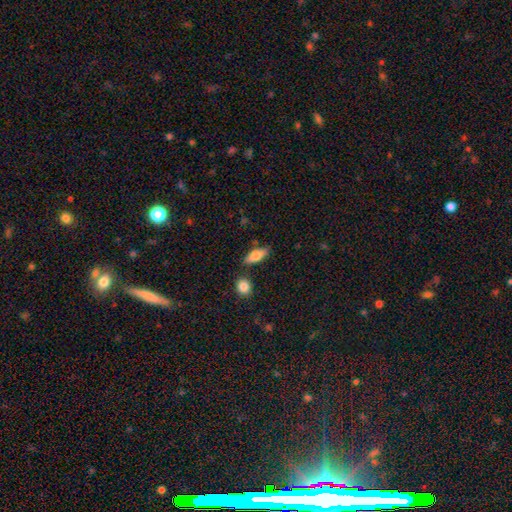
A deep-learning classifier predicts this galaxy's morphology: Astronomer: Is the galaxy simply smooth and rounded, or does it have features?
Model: smooth — 75%.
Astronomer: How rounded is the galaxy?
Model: in between — 67%.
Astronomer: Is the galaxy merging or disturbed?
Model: none — 77%.